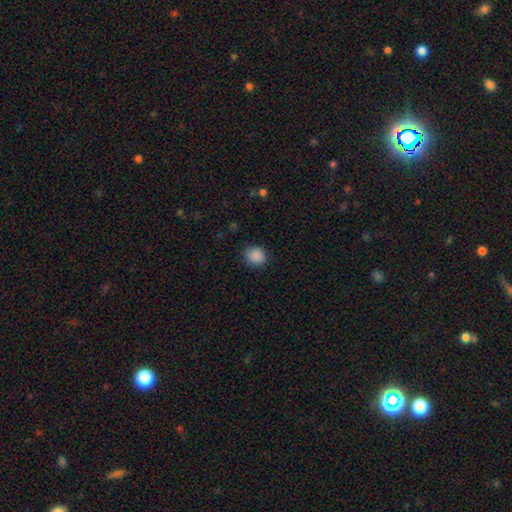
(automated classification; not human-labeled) Smooth or featured?
  - smooth: 88% *
  - star or artifact: 9%
  - featured or disk: 3%
How rounded?
  - round: 78% *
  - in between: 21%
  - cigar-shaped: 1%
Merging?
  - none: 88% *
  - minor disturbance: 8%
  - major disturbance: 3%
  - merger: 1%